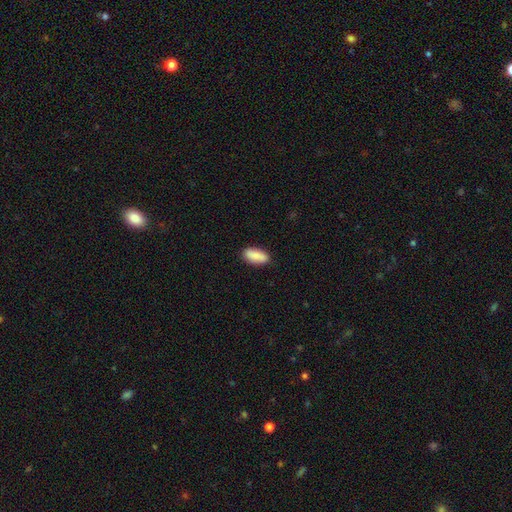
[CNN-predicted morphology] Smooth or featured? smooth (88%)
How rounded? in between (83%)
Merging? none (88%)